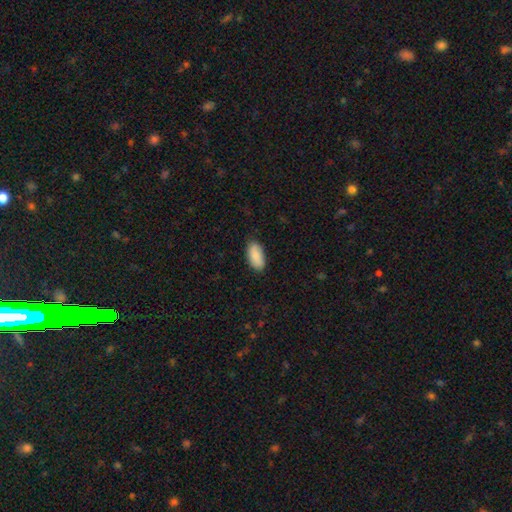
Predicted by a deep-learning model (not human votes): The model was most divided on "merging": none: 86%, minor disturbance: 10%, major disturbance: 2%, merger: 1%. More confident: how rounded — in between (94%); smooth or featured — smooth (89%).